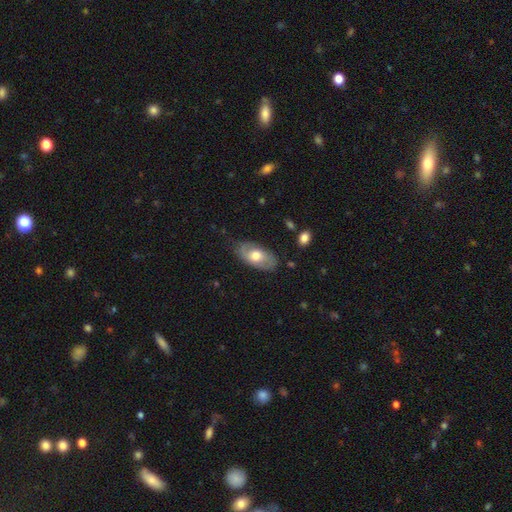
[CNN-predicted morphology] This appears to be a smooth galaxy with no disk features (53%) that is in between round and cigar-shaped (93%). Merging: none (73%).